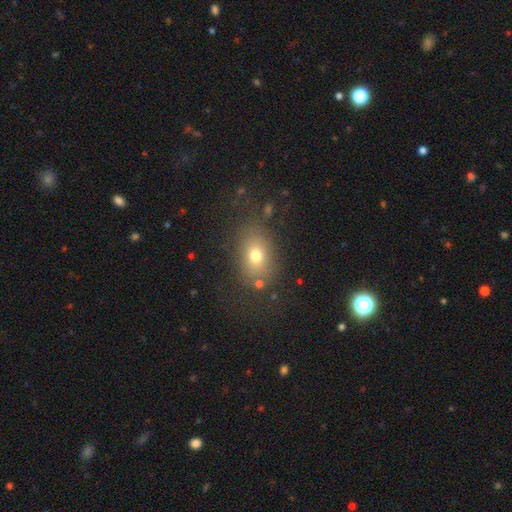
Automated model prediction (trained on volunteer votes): This appears to be a smooth galaxy with no disk features (73%) that is in between round and cigar-shaped (69%). Merging: none (74%).